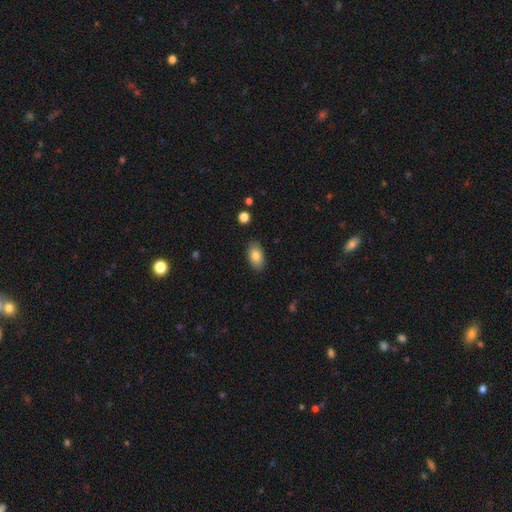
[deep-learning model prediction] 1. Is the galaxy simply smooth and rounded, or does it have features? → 83% smooth, 10% featured or disk, 7% star or artifact.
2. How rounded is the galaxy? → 93% in between, 5% round, 2% cigar-shaped.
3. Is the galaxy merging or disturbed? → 87% none, 9% minor disturbance, 2% major disturbance, 1% merger.